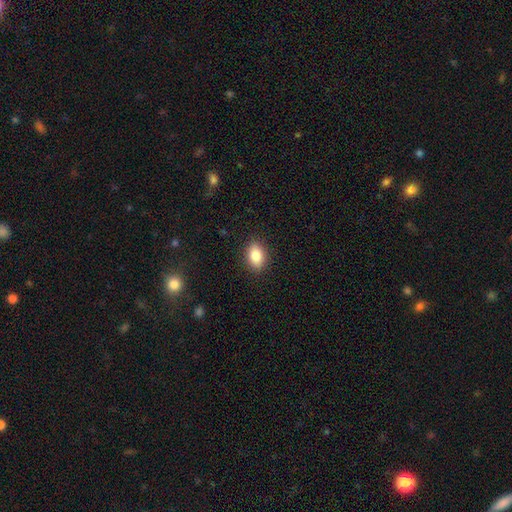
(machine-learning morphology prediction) A smooth galaxy with no disk features (84%) that is in between round and cigar-shaped (83%).

Vote fractions:
- Smooth or featured? smooth: 84% / star or artifact: 8% / featured or disk: 8%
- How rounded? in between: 83% / round: 14% / cigar-shaped: 2%
- Merging? none: 88% / minor disturbance: 8% / major disturbance: 2% / merger: 1%